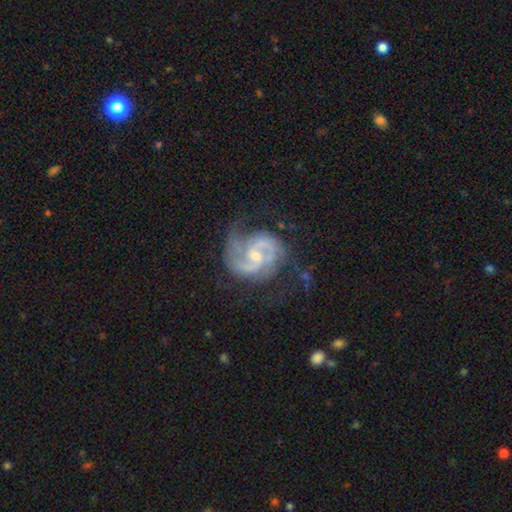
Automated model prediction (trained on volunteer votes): Overall: featured or disk (90%). Edge-on disk: no (98%). Bar: weak (46%; no 42%). Spiral arms: yes (98%). Spiral arm count: 2 (82%). Spiral winding: medium (54%; tight 30%). Bulge size: small (52%; moderate 44%). Merging: none (62%; minor disturbance 22%).